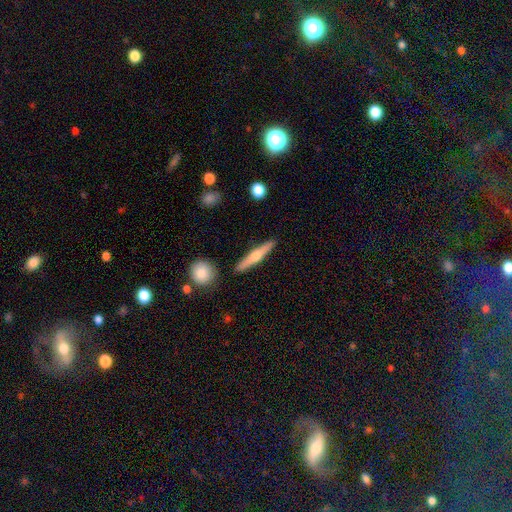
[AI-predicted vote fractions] Q: Smooth or featured?
A: featured or disk (54%); runner-up: smooth (41%)
Q: Edge-on disk?
A: yes (96%); runner-up: no (4%)
Q: Edge-on bulge?
A: rounded (89%); runner-up: none (6%)
Q: Merging?
A: none (90%); runner-up: minor disturbance (7%)